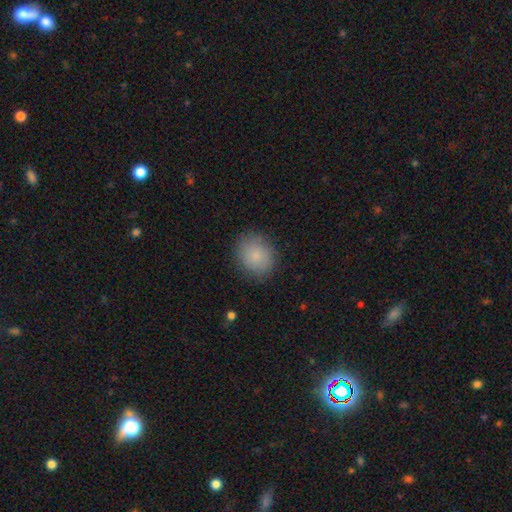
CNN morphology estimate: smooth_or_featured: smooth (p=0.83) [alt: star or artifact p=0.08]
how_rounded: round (p=0.67) [alt: in between p=0.33]
merging: none (p=0.85) [alt: minor disturbance p=0.11]